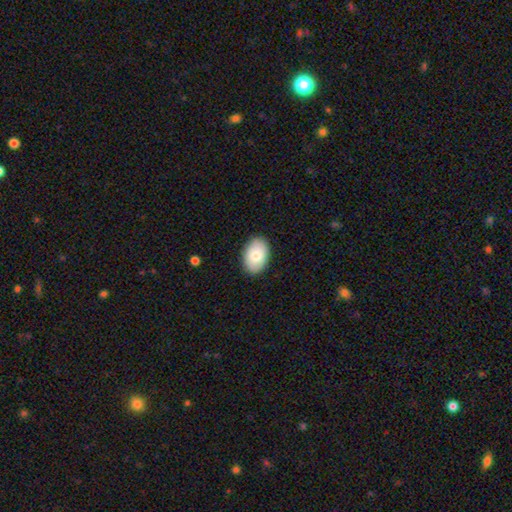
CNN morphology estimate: type=smooth (80%); roundness=in between (89%); merging=none (88%).